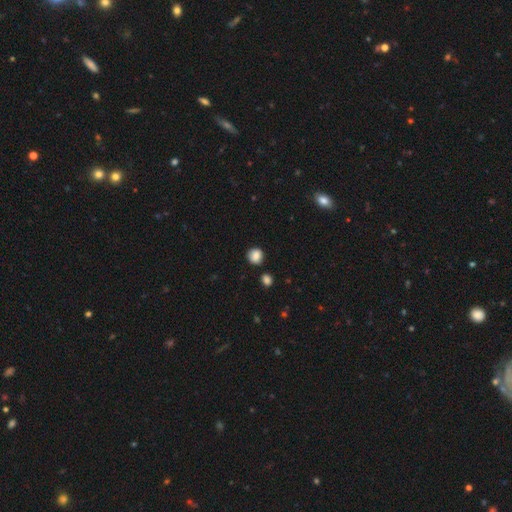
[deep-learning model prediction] This appears to be a smooth galaxy with no disk features (85%) that is round (85%). Merging: none (84%).